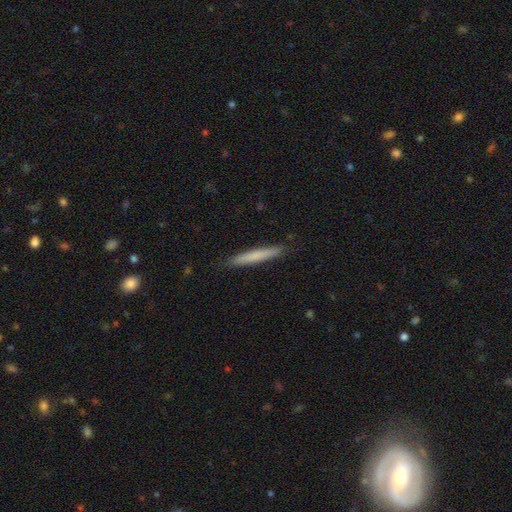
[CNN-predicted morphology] Smooth or featured: smooth — 70% (featured or disk — 24%)
How rounded: cigar-shaped — 96% (in between — 2%)
Merging: none — 90% (minor disturbance — 8%)